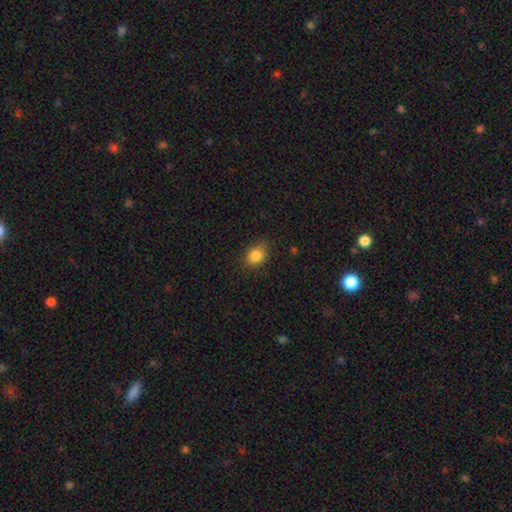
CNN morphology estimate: smooth 85%, star or artifact 10%, featured or disk 6%. Down the decision tree: how rounded — in between (59%); merging — none (80%).